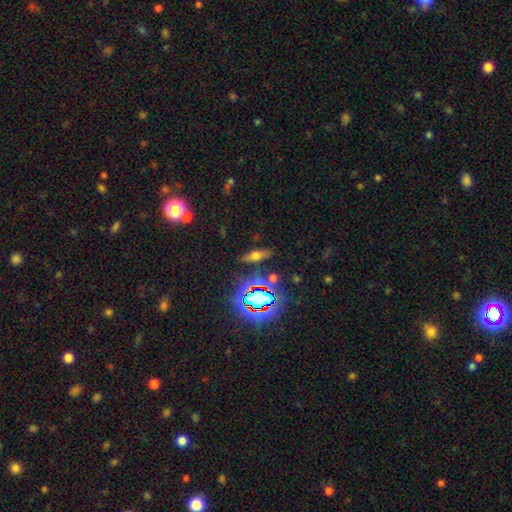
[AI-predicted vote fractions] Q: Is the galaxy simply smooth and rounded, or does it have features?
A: smooth — 44%.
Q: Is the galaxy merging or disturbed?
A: none — 83%.